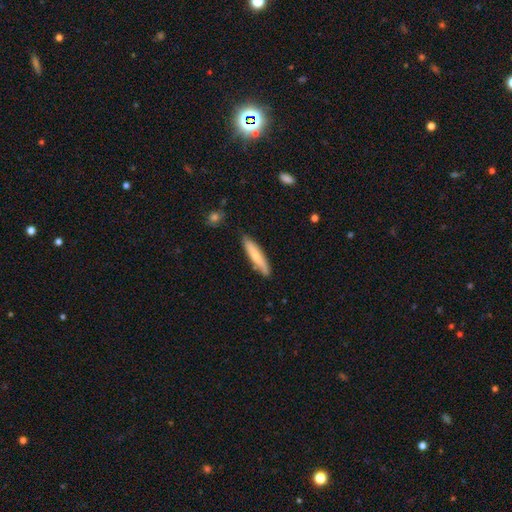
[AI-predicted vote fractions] Smooth or featured: smooth — 68% (featured or disk — 26%)
How rounded: cigar-shaped — 87% (in between — 12%)
Merging: none — 80% (minor disturbance — 16%)